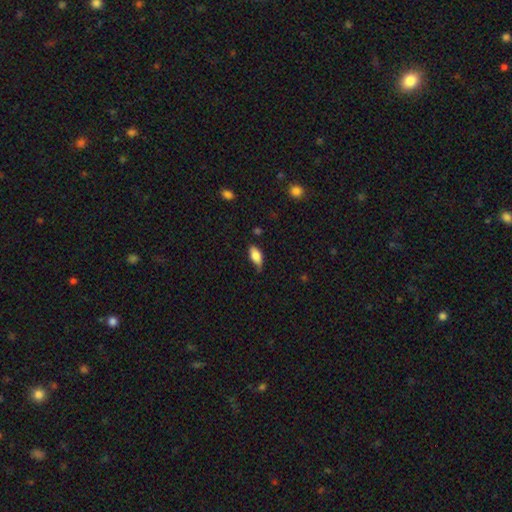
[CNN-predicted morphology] This appears to be a smooth galaxy with no disk features (80%) that is in between round and cigar-shaped (87%). Merging: none (63%).